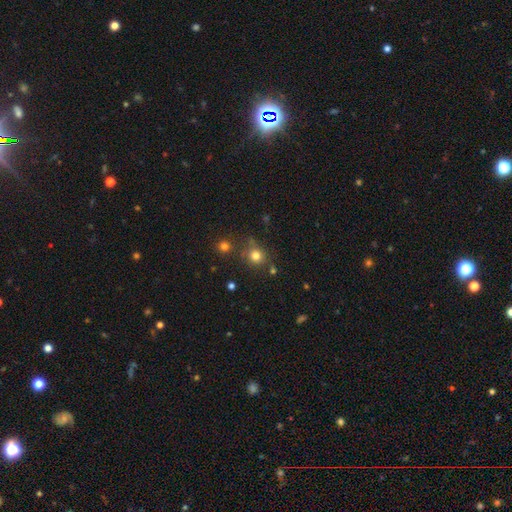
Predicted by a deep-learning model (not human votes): smooth 77%, star or artifact 16%, featured or disk 7%. Down the decision tree: how rounded — round (87%); merging — none (73%).